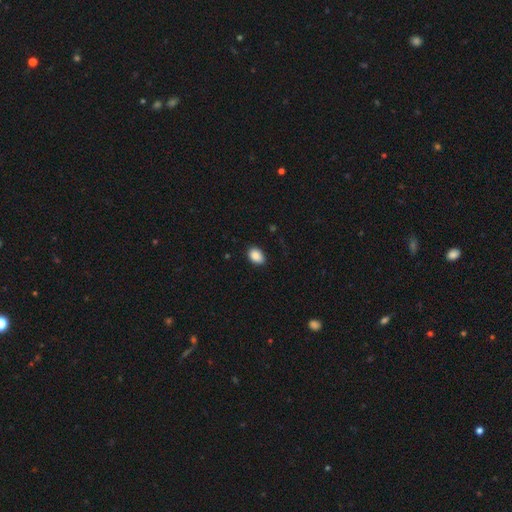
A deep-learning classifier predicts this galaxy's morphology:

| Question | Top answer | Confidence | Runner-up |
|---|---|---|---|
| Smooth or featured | smooth | 89% | star or artifact (8%) |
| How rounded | in between | 81% | round (18%) |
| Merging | none | 86% | minor disturbance (11%) |